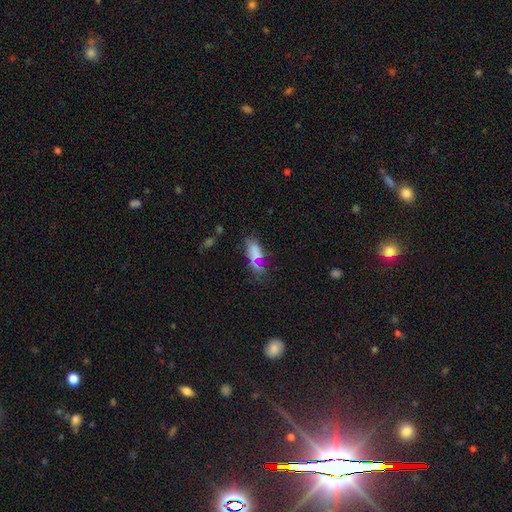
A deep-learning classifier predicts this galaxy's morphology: The model was most divided on "merging": none: 55%, minor disturbance: 23%, major disturbance: 12%, merger: 9%. More confident: how rounded — in between (81%); smooth or featured — smooth (65%).